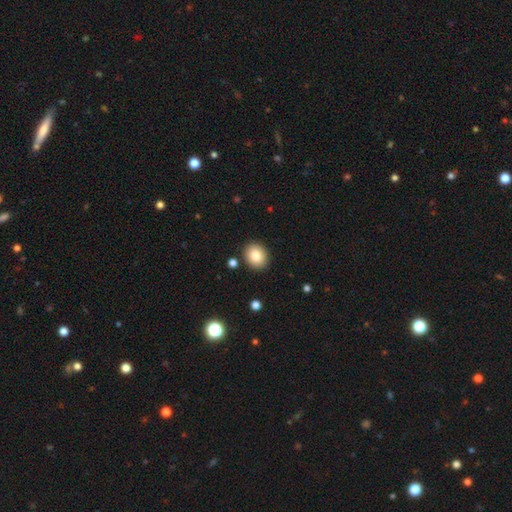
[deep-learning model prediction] The model was most divided on "how rounded": round: 63%, in between: 36%, cigar-shaped: 1%. More confident: merging — none (89%); smooth or featured — smooth (84%).